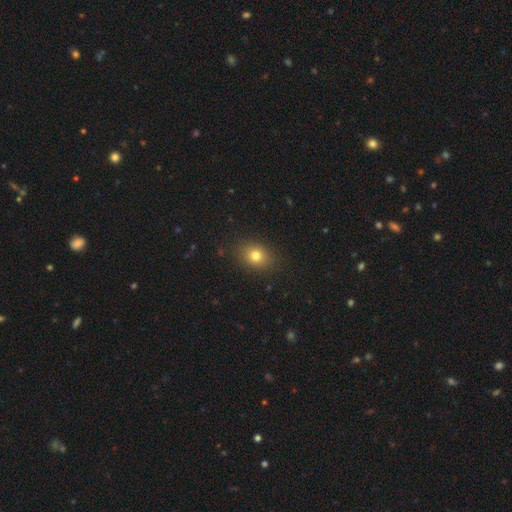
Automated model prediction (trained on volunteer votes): Q: Smooth or featured?
A: smooth (78%); runner-up: star or artifact (13%)
Q: How rounded?
A: round (50%); runner-up: in between (49%)
Q: Merging?
A: none (87%); runner-up: minor disturbance (9%)